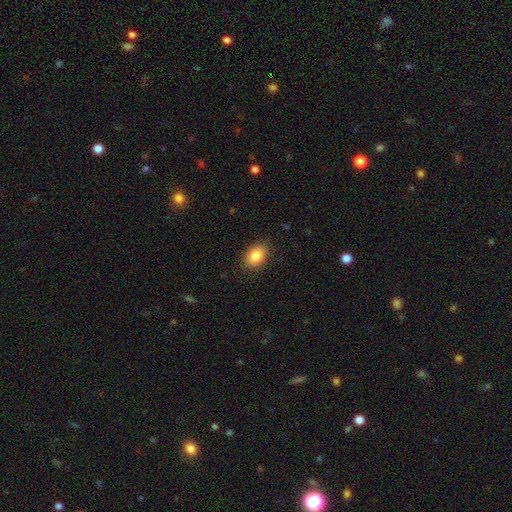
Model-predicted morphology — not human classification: Smooth or featured: smooth — 85% (star or artifact — 8%)
How rounded: in between — 79% (round — 19%)
Merging: none — 87% (minor disturbance — 10%)